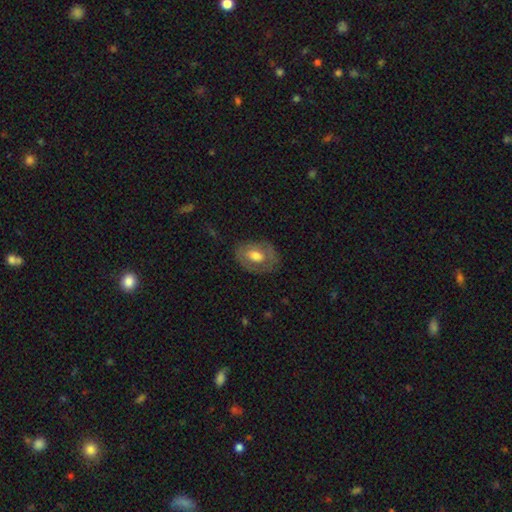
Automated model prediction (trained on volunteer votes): Morphology: type=smooth (53%); roundness=in between (73%); merging=none (71%).